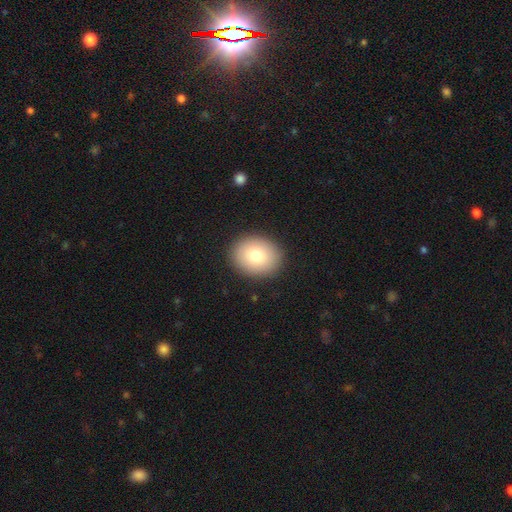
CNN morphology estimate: This is clearly a smooth galaxy (81%). How rounded: possibly round (51%). Merging: clearly none (90%).